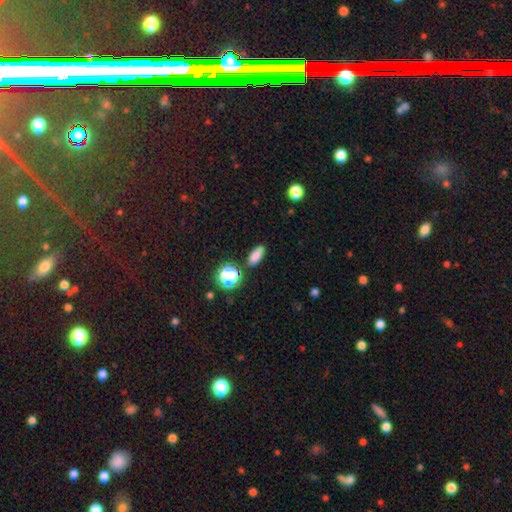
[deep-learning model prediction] smooth_or_featured: smooth (p=0.82) [alt: star or artifact p=0.12]
how_rounded: in between (p=0.72) [alt: cigar-shaped p=0.18]
merging: none (p=0.85) [alt: minor disturbance p=0.09]